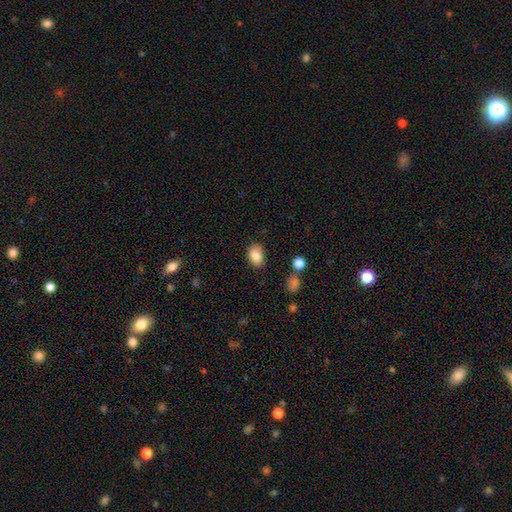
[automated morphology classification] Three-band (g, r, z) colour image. It shows a smooth galaxy with no disk features (85%) that is in between round and cigar-shaped (79%). Merging: none (80%).